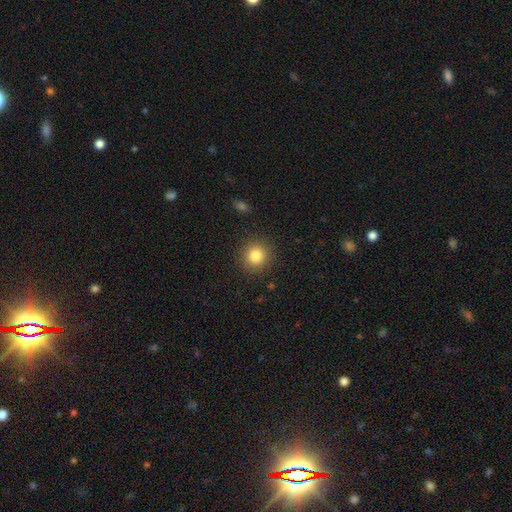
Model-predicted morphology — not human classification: Smooth or featured: smooth — 83% (star or artifact — 11%)
How rounded: round — 91% (in between — 8%)
Merging: none — 89% (minor disturbance — 7%)